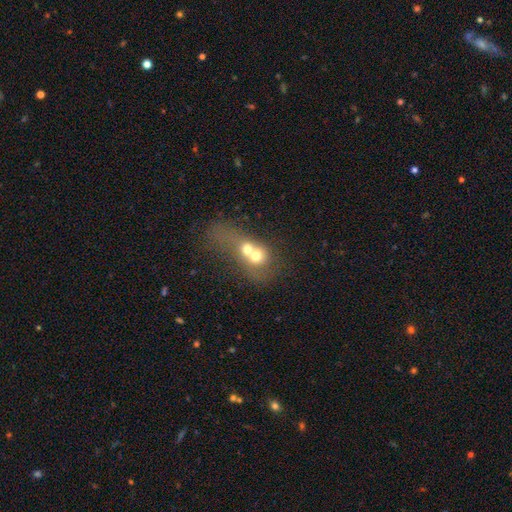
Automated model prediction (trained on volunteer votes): Smooth or featured: smooth — 57% (featured or disk — 32%)
How rounded: round — 57% (in between — 39%)
Merging: merger — 78% (none — 12%)